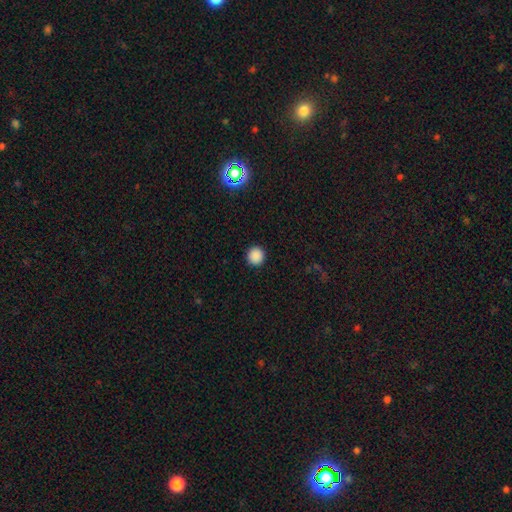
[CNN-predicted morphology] A smooth galaxy with no disk features (88%) that is round (93%). Merging: none (93%).